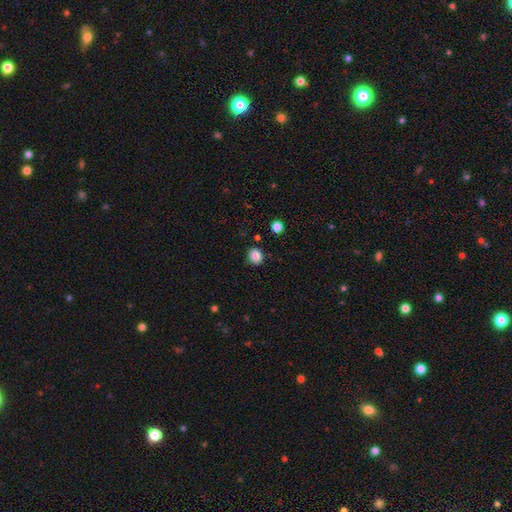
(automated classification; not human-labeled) The model was most divided on "how rounded": round: 75%, in between: 24%, cigar-shaped: 1%. More confident: smooth or featured — smooth (87%); merging — none (86%).